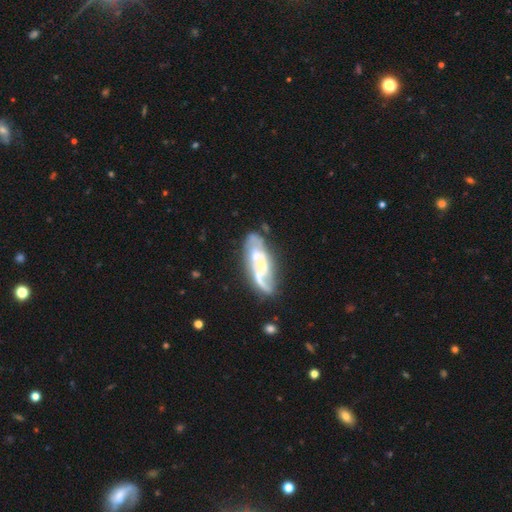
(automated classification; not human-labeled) Smooth or featured: featured or disk — 77% (smooth — 17%)
Edge-on disk: no — 90% (yes — 10%)
Bar: no — 62% (weak — 29%)
Spiral arms: yes — 80% (no — 20%)
Spiral winding: medium — 41% (tight — 30%)
Spiral arm count: 2 — 45% (can't tell — 28%)
Bulge size: moderate — 44% (small — 43%)
Merging: none — 51% (minor disturbance — 22%)